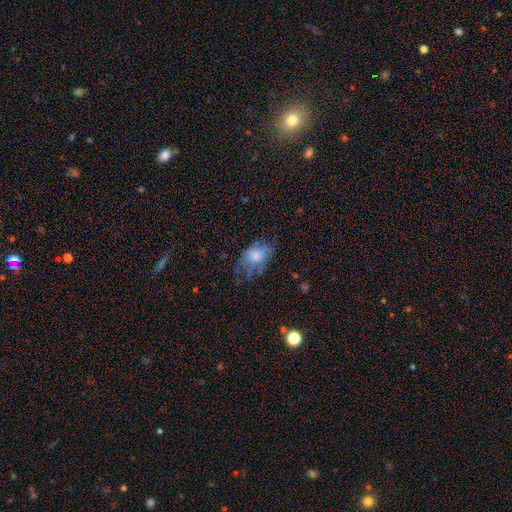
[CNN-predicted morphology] Overall: smooth (70%). How rounded: in between (83%). Merging: none (43%; minor disturbance 31%).